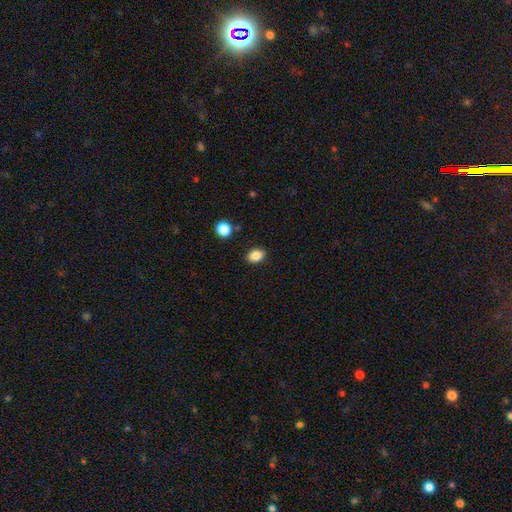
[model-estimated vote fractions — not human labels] Smooth or featured? Predicted: smooth (p=0.85). How rounded? Predicted: in between (p=0.72). Merging? Predicted: none (p=0.86).